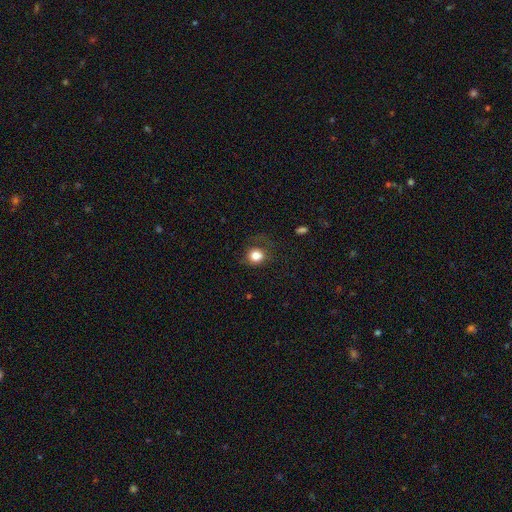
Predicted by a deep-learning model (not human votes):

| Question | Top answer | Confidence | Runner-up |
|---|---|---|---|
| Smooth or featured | smooth | 82% | star or artifact (11%) |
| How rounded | round | 81% | in between (18%) |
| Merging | none | 68% | minor disturbance (18%) |